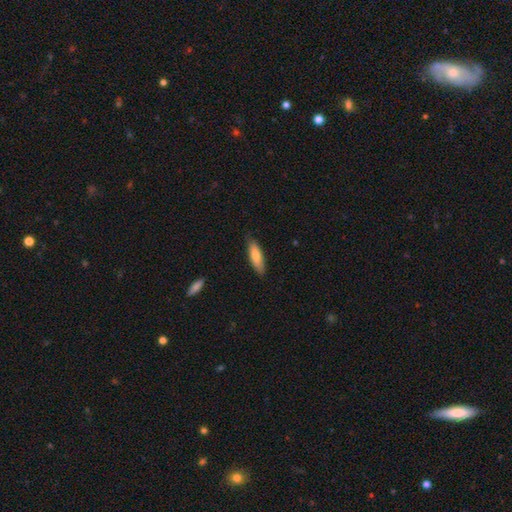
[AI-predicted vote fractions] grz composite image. It shows a smooth galaxy with no disk features (77%) that is cigar-shaped (60%). Merging: none (83%).